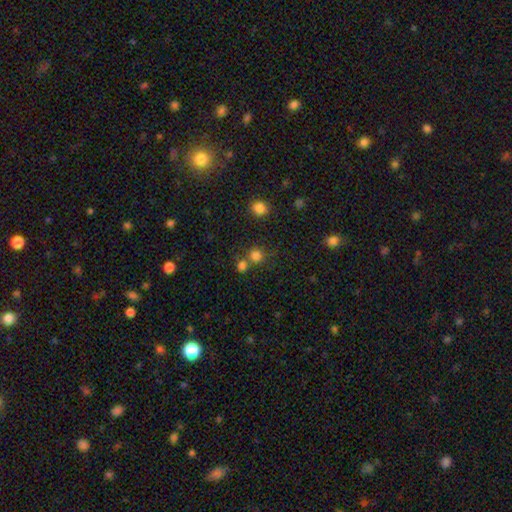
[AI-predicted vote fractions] A smooth galaxy with no disk features (79%) that is round (89%). Merging: none (63%).